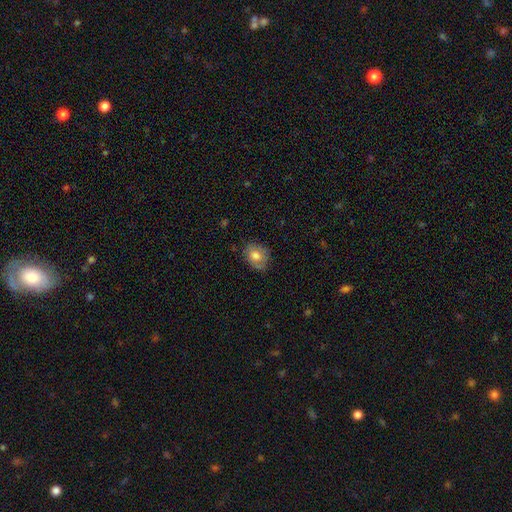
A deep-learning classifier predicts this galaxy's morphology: smooth-or-featured: smooth: 71% | featured or disk: 20% | star or artifact: 9%
  how-rounded: round: 54% | in between: 45% | cigar-shaped: 1%
  merging: none: 69% | minor disturbance: 24% | major disturbance: 6% | merger: 1%